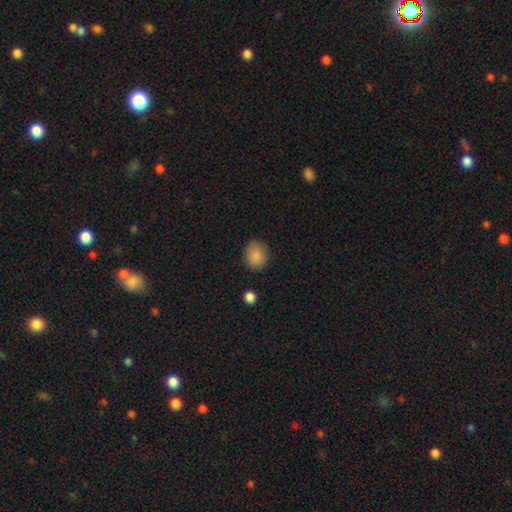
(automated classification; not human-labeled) Smooth or featured: smooth — 87% (star or artifact — 9%)
How rounded: round — 71% (in between — 29%)
Merging: none — 83% (minor disturbance — 12%)